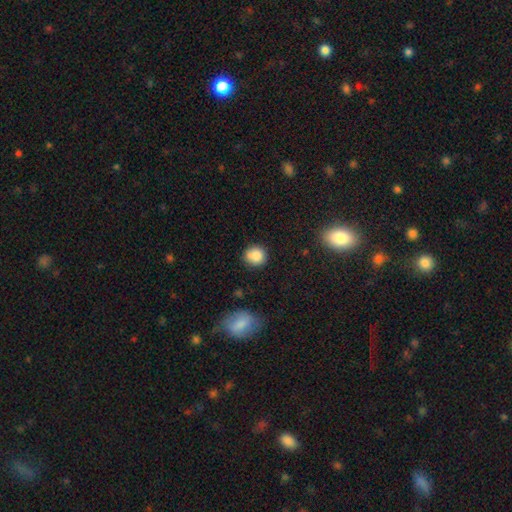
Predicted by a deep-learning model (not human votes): Smooth or featured: smooth — 85% (star or artifact — 10%)
How rounded: round — 83% (in between — 16%)
Merging: none — 75% (minor disturbance — 17%)